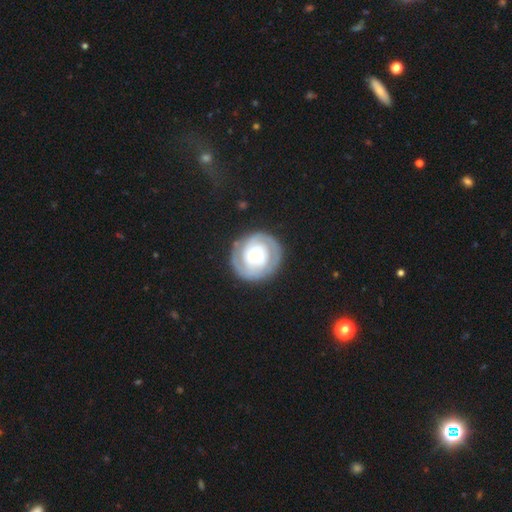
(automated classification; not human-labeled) A featured or disk galaxy (72%) with no bar (77%), 2 (43%) tight (74%) spiral arms (78%) and a small central bulge (52%). Merging: none (80%).